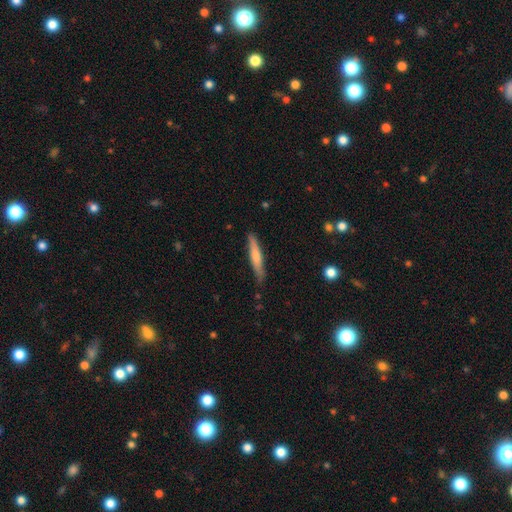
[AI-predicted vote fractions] Smooth or featured? Predicted: smooth (p=0.62). How rounded? Predicted: cigar-shaped (p=0.92). Merging? Predicted: none (p=0.84).